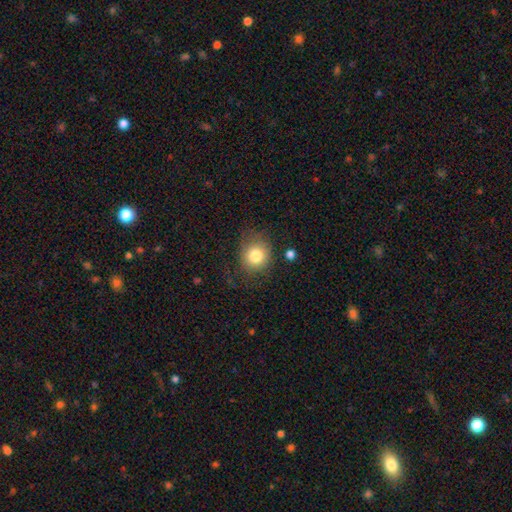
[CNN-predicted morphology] type=smooth (80%); roundness=round (78%); merging=none (73%).